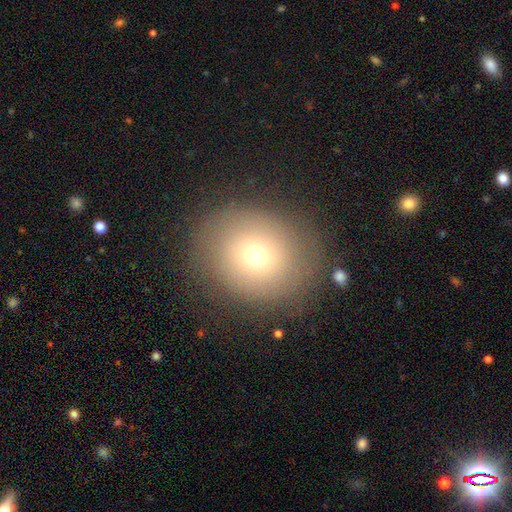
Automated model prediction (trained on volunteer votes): Morphology: type=smooth (67%); roundness=round (72%); merging=none (81%).